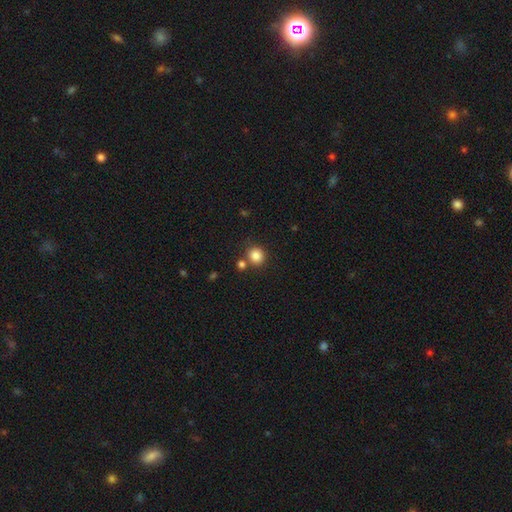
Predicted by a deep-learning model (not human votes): Q: Smooth or featured?
A: smooth (84%); runner-up: star or artifact (11%)
Q: How rounded?
A: round (89%); runner-up: in between (10%)
Q: Merging?
A: none (75%); runner-up: merger (14%)